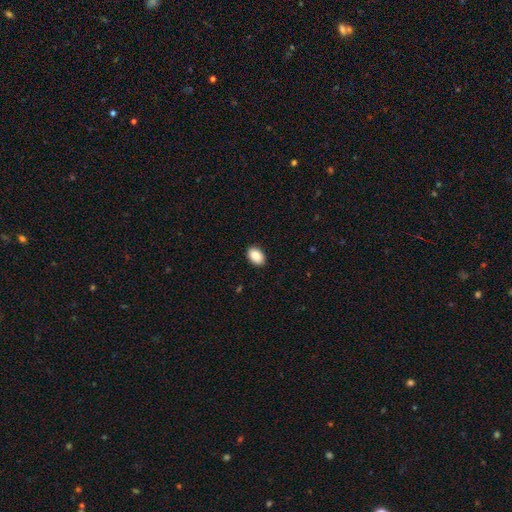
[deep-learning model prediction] This appears to be a smooth galaxy with no disk features (89%) that is in between round and cigar-shaped (87%). Merging: none (90%).